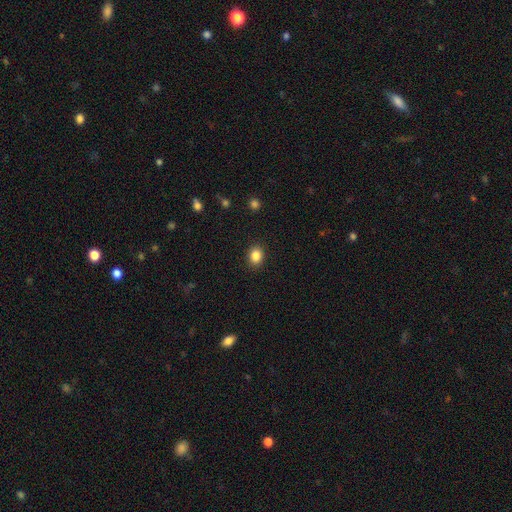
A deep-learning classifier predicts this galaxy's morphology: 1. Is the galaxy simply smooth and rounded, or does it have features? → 86% smooth, 10% star or artifact, 4% featured or disk.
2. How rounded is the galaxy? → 50% round, 49% in between, 1% cigar-shaped.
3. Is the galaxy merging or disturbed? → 89% none, 7% minor disturbance, 2% major disturbance, 1% merger.